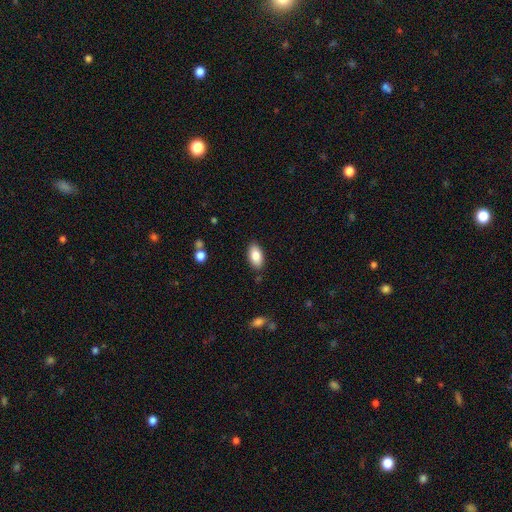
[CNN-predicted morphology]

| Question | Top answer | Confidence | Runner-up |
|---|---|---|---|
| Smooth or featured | smooth | 85% | featured or disk (9%) |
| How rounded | in between | 93% | cigar-shaped (4%) |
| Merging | none | 85% | minor disturbance (11%) |